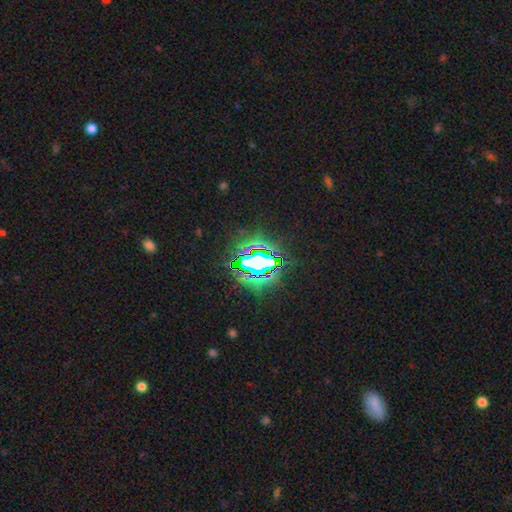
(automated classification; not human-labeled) A star or artifact, not a galaxy (80%).